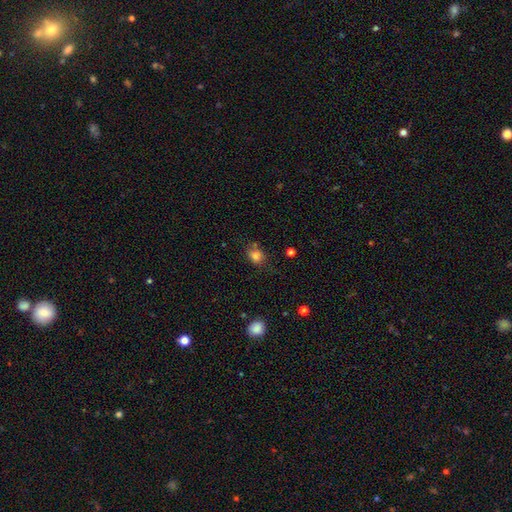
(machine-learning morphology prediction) smooth 80%, star or artifact 12%, featured or disk 7%. Down the decision tree: how rounded — round (56%); merging — none (66%).